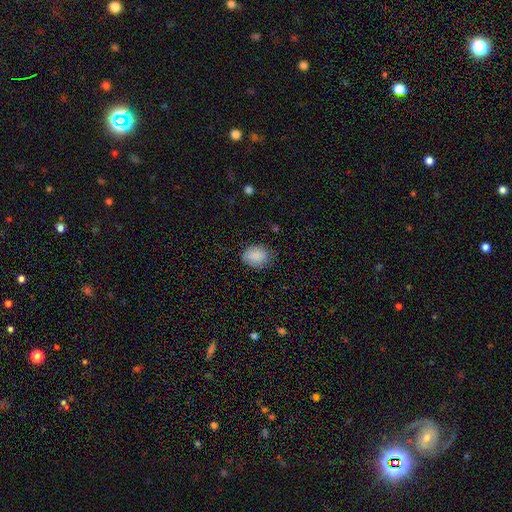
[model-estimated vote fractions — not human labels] smooth 88%, star or artifact 8%, featured or disk 4%. Down the decision tree: how rounded — in between (65%); merging — none (80%).